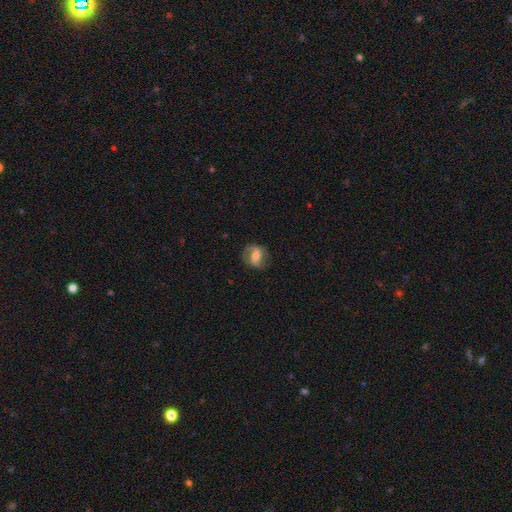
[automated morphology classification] Smooth or featured: featured or disk — 68% (smooth — 25%)
Edge-on disk: no — 96% (yes — 4%)
Bar: weak — 41% (strong — 36%)
Spiral arms: yes — 87% (no — 13%)
Spiral winding: medium — 46% (loose — 32%)
Spiral arm count: 2 — 85% (can't tell — 7%)
Bulge size: moderate — 53% (small — 31%)
Merging: none — 74% (minor disturbance — 16%)